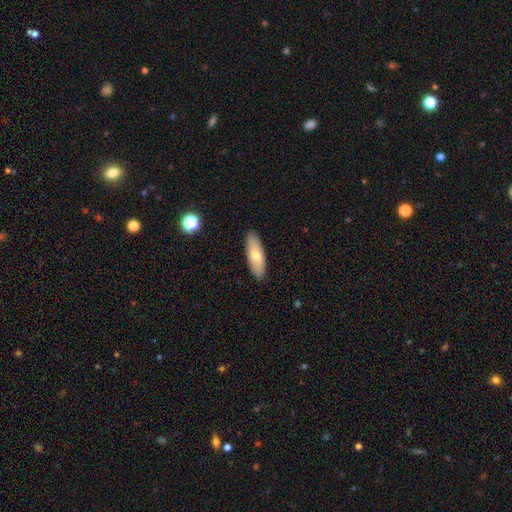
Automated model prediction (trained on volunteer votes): Smooth or featured?
  - smooth: 68% *
  - featured or disk: 26%
  - star or artifact: 7%
How rounded?
  - in between: 59% *
  - cigar-shaped: 39%
  - round: 2%
Merging?
  - none: 89% *
  - minor disturbance: 8%
  - major disturbance: 2%
  - merger: 1%